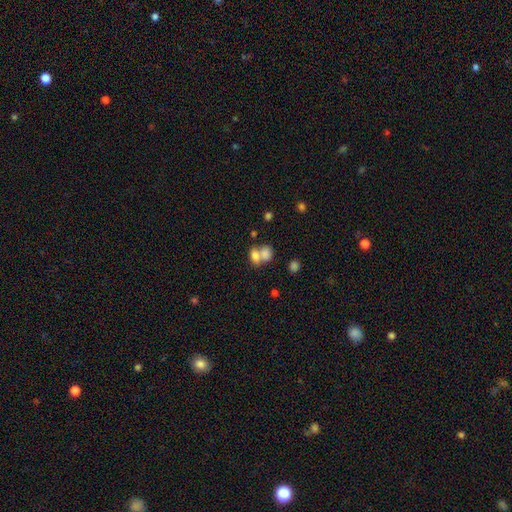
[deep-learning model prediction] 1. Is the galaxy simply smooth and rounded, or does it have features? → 77% smooth, 13% featured or disk, 10% star or artifact.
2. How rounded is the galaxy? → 73% in between, 24% round, 2% cigar-shaped.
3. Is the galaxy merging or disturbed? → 62% merger, 26% none, 7% minor disturbance, 4% major disturbance.